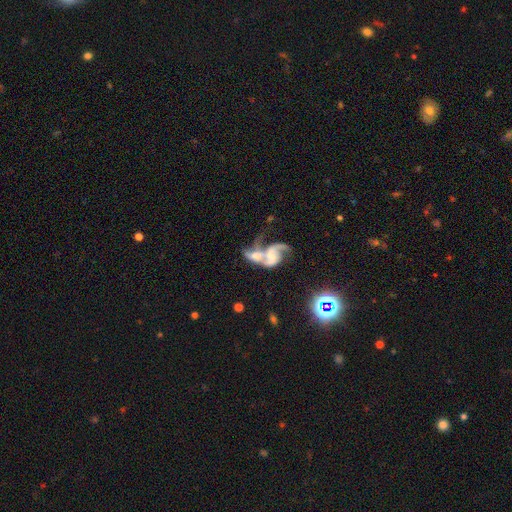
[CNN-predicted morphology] A featured or disk galaxy (75%) with no bar (52%), 2 (73%) loose (52%) spiral arms (86%) and a small central bulge (36%, tied with moderate). Merging: merger (74%).